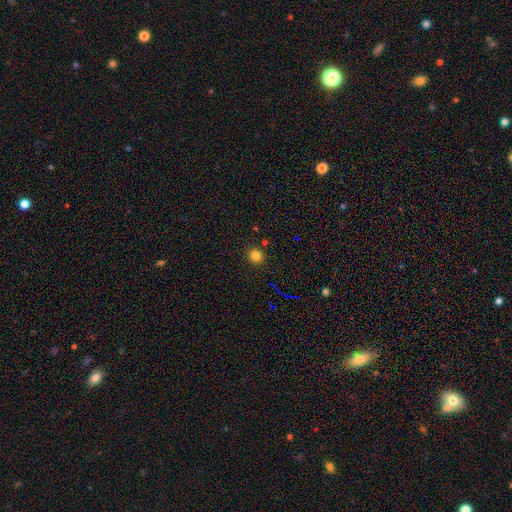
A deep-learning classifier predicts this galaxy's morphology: smooth_or_featured: smooth (p=0.80) [alt: star or artifact p=0.15]
how_rounded: round (p=0.90) [alt: in between p=0.09]
merging: none (p=0.88) [alt: minor disturbance p=0.06]